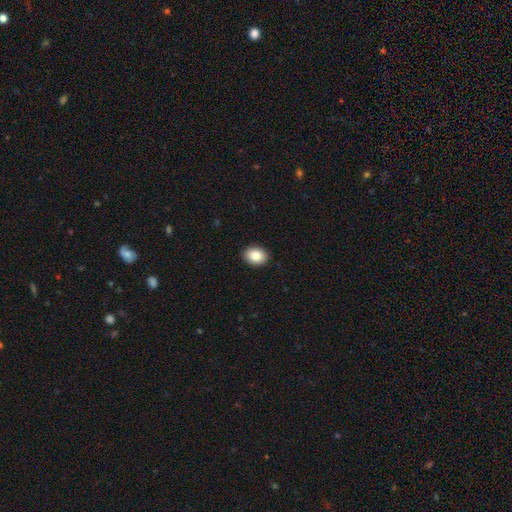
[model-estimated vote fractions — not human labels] smooth_or_featured: smooth (p=0.86) [alt: star or artifact p=0.08]
how_rounded: in between (p=0.68) [alt: round p=0.31]
merging: none (p=0.91) [alt: minor disturbance p=0.06]